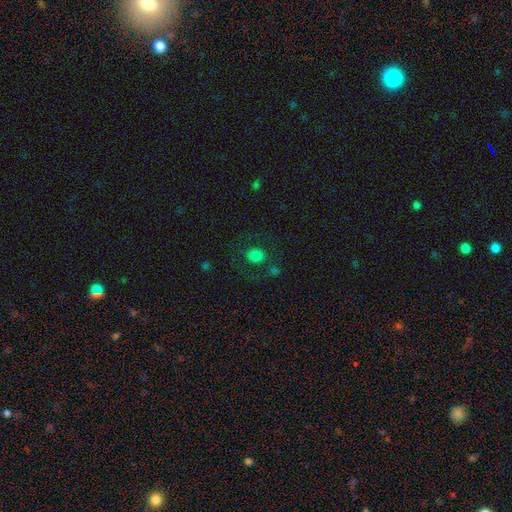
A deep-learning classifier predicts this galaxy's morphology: Smooth or featured: smooth — 77% (star or artifact — 13%)
How rounded: round — 73% (in between — 26%)
Merging: none — 74% (minor disturbance — 12%)